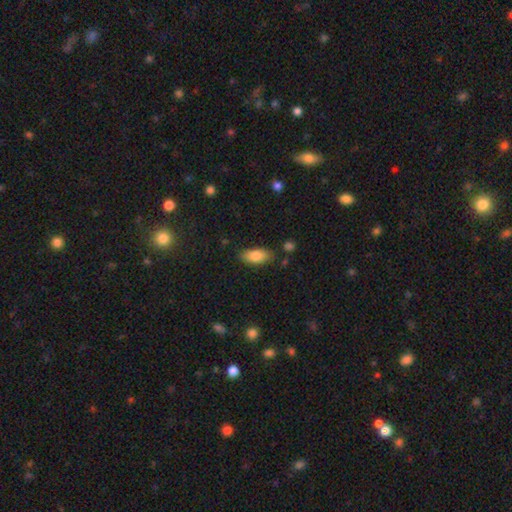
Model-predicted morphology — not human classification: Q: Smooth or featured?
A: smooth (83%); runner-up: featured or disk (10%)
Q: How rounded?
A: in between (87%); runner-up: cigar-shaped (10%)
Q: Merging?
A: none (81%); runner-up: minor disturbance (13%)